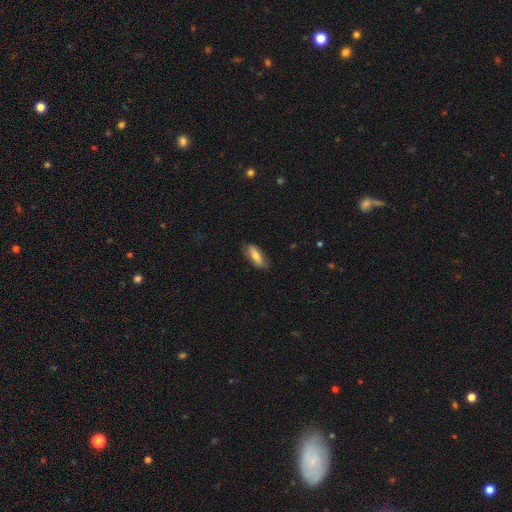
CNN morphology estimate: smooth-or-featured: smooth: 74% | featured or disk: 20% | star or artifact: 6%
  how-rounded: in between: 70% | cigar-shaped: 28% | round: 2%
  merging: none: 78% | minor disturbance: 17% | major disturbance: 3% | merger: 1%